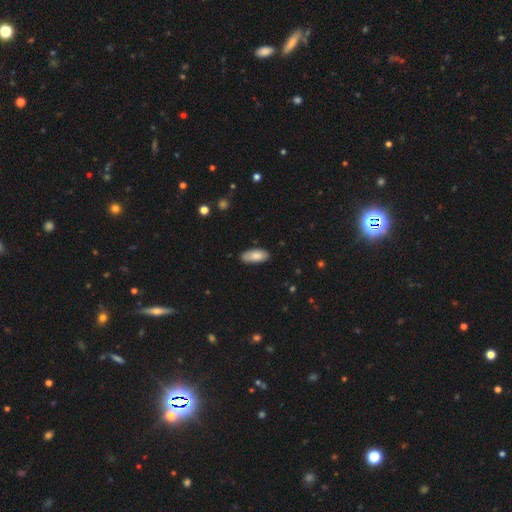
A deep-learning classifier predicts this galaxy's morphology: Smooth or featured? Predicted: smooth (p=0.82). How rounded? Predicted: in between (p=0.86). Merging? Predicted: none (p=0.78).